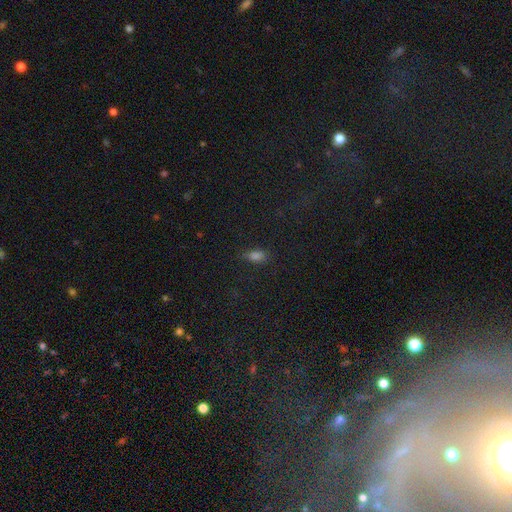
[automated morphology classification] This appears to be a smooth galaxy with no disk features (76%) that is in between round and cigar-shaped (84%). Merging: none (77%).